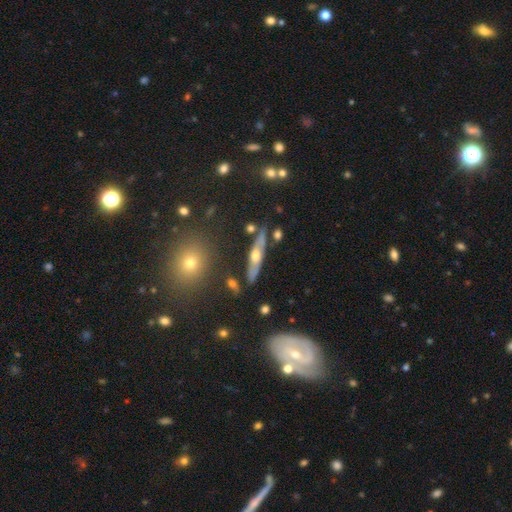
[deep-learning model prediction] Smooth or featured? Predicted: featured or disk (p=0.58). Edge-on disk? Predicted: yes (p=0.75). Merging? Predicted: none (p=0.76).